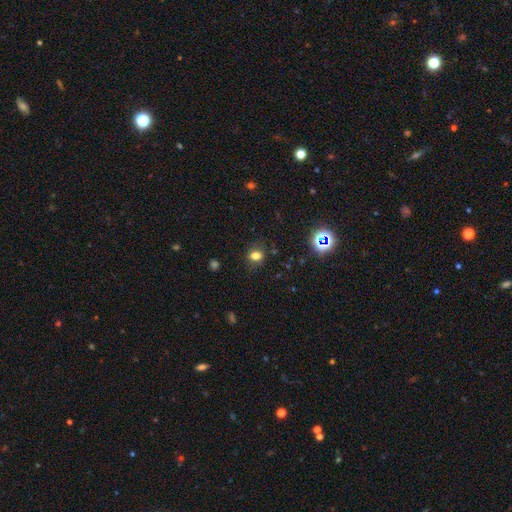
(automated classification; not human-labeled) Smooth or featured?
  - smooth: 72% *
  - star or artifact: 19%
  - featured or disk: 9%
How rounded?
  - round: 52% *
  - in between: 47%
  - cigar-shaped: 1%
Merging?
  - none: 80% *
  - minor disturbance: 13%
  - major disturbance: 4%
  - merger: 3%